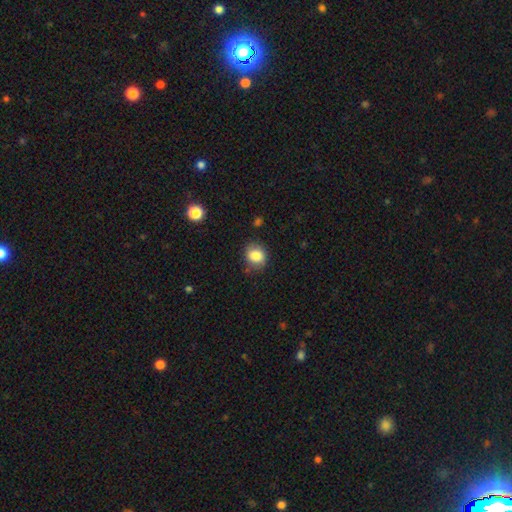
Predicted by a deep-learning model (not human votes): Smooth or featured?
  - smooth: 83% *
  - star or artifact: 9%
  - featured or disk: 8%
How rounded?
  - round: 66% *
  - in between: 33%
  - cigar-shaped: 1%
Merging?
  - none: 74% *
  - minor disturbance: 19%
  - major disturbance: 5%
  - merger: 2%